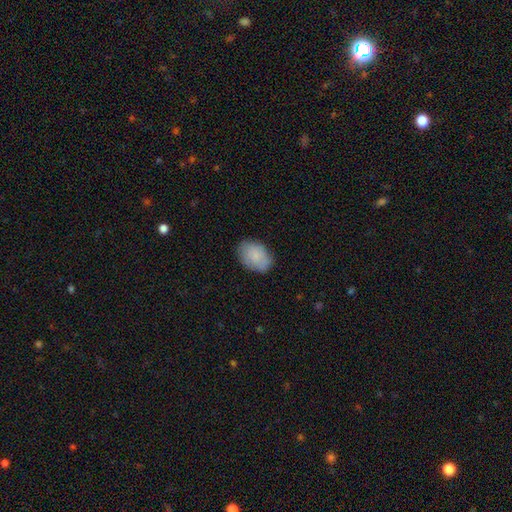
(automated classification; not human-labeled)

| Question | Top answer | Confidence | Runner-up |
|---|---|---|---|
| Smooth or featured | smooth | 82% | featured or disk (11%) |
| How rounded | in between | 81% | round (18%) |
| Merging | none | 78% | minor disturbance (17%) |